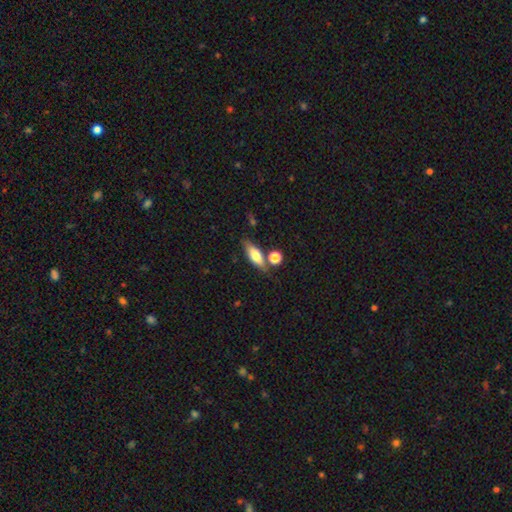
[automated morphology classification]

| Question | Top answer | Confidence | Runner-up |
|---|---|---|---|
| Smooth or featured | smooth | 67% | featured or disk (25%) |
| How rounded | in between | 59% | cigar-shaped (36%) |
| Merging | none | 70% | minor disturbance (14%) |